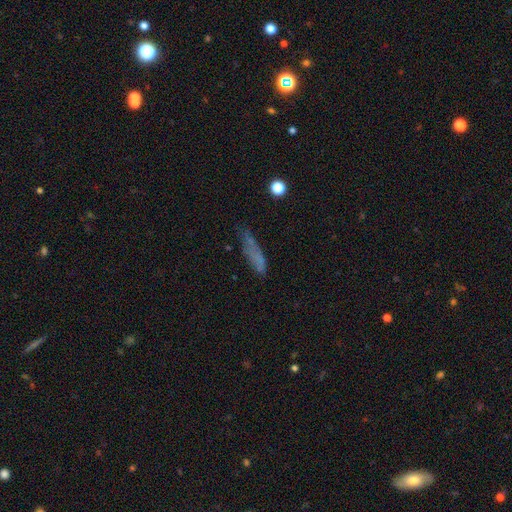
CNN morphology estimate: Overall: smooth (60%; featured or disk 24%). How rounded: cigar-shaped (75%). Merging: none (56%; minor disturbance 26%).